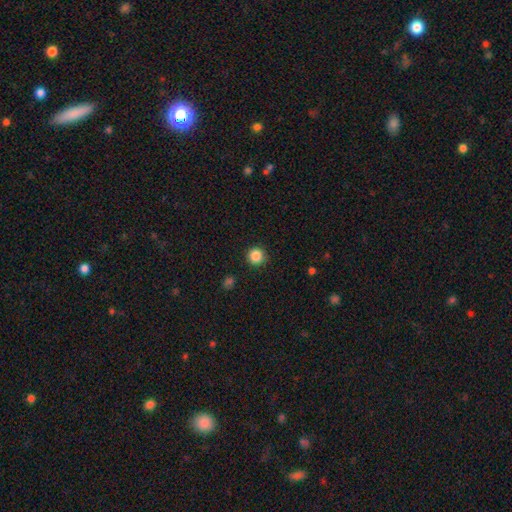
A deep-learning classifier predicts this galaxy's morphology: type=smooth (87%); roundness=round (95%); merging=none (91%).